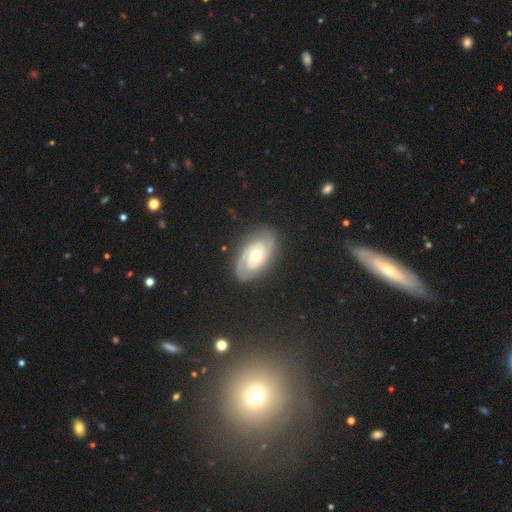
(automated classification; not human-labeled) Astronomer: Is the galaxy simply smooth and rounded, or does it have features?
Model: featured or disk — 84%.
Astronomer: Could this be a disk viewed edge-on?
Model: no — 96%.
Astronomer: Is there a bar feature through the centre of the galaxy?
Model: no — 67%.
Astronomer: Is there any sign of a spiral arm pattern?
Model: yes — 95%.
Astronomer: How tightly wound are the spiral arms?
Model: tight — 66%.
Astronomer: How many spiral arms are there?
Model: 2 — 82%.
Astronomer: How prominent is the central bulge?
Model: moderate — 67%.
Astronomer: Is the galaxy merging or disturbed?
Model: none — 84%.